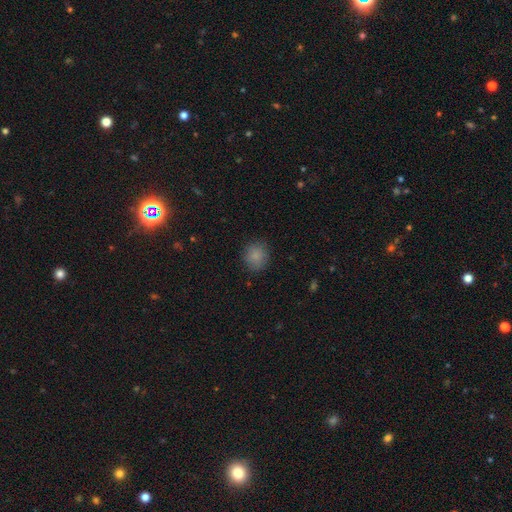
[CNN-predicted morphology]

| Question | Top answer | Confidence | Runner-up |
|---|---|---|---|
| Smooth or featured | smooth | 84% | star or artifact (10%) |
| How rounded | round | 80% | in between (19%) |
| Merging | none | 85% | minor disturbance (11%) |